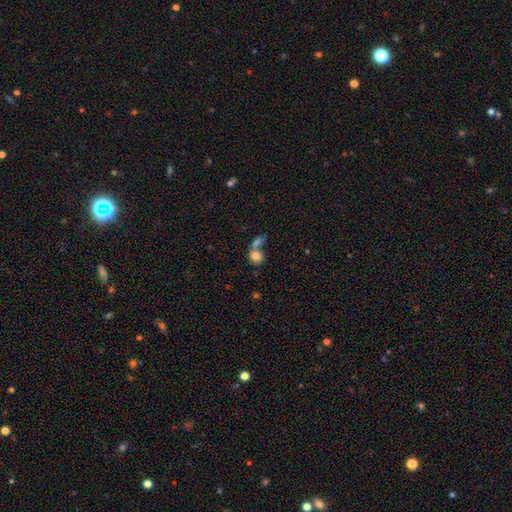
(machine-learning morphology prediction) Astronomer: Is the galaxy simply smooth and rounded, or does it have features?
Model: smooth — 80%.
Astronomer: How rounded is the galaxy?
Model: round — 62% (runner-up: in between, 37%).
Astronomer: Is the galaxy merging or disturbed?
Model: merger — 54% (runner-up: none, 31%).